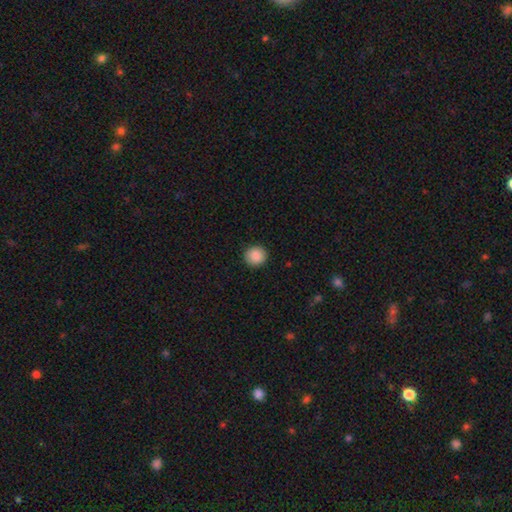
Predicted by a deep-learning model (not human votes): This is clearly a smooth galaxy (88%). How rounded: clearly round (92%). Merging: clearly none (92%).